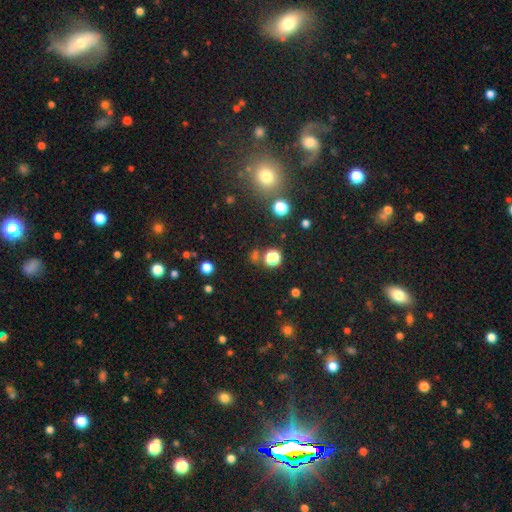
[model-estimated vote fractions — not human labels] smooth-or-featured: star or artifact: 47% | smooth: 45% | featured or disk: 7%